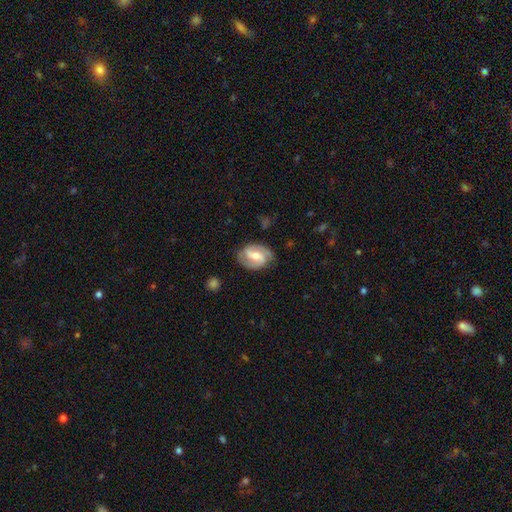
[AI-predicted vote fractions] This is clearly a featured or disk galaxy (80%). It is clearly not viewed edge-on (97%). Bar: possibly weak (47%). Spiral arm pattern: clearly yes (94%). Spiral arm count: clearly 2 (90%). Spiral winding: possibly medium (49%). Central bulge: possibly moderate (59%). Merging: clearly none (80%).